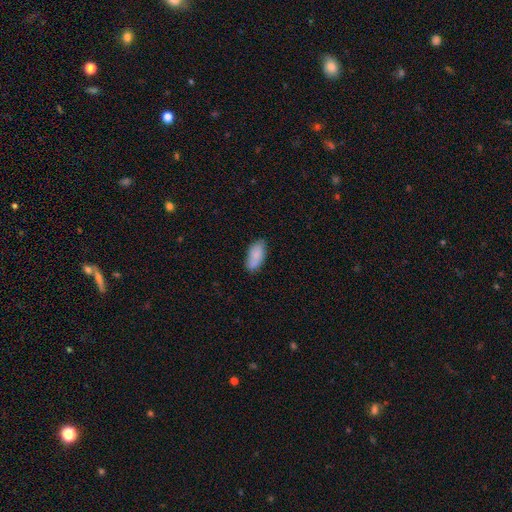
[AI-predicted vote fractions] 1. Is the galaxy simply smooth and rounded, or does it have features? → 81% smooth, 12% featured or disk, 7% star or artifact.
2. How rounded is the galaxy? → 89% in between, 9% cigar-shaped, 2% round.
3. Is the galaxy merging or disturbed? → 75% none, 20% minor disturbance, 3% major disturbance, 2% merger.